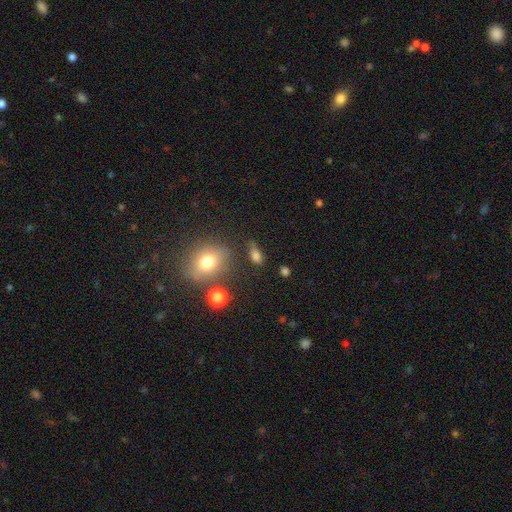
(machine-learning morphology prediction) Smooth or featured: smooth — 76% (star or artifact — 15%)
How rounded: in between — 75% (round — 14%)
Merging: none — 66% (minor disturbance — 19%)